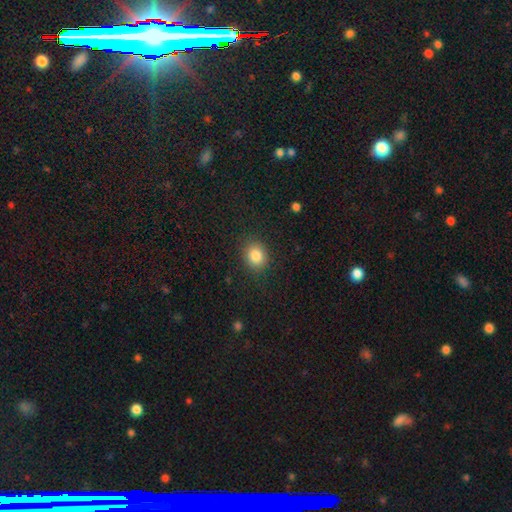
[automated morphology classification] Overall: smooth (84%). How rounded: round (72%). Merging: none (87%).